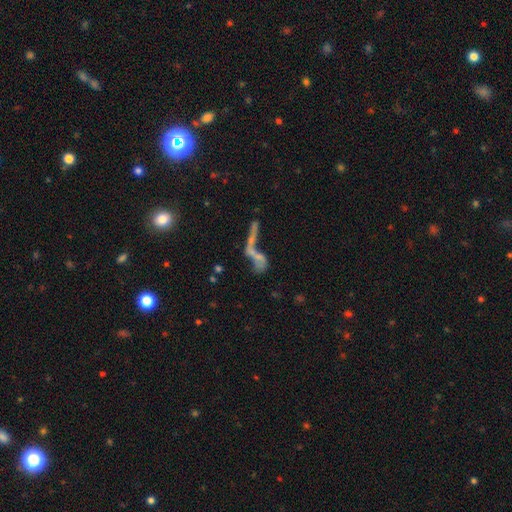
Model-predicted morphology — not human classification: This appears to be a featured or disk galaxy (46%). Merging: merger (62%).